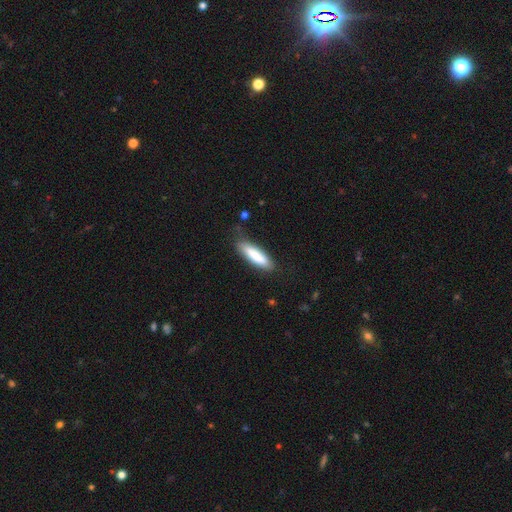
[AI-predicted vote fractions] Smooth or featured? Predicted: smooth (p=0.83). How rounded? Predicted: cigar-shaped (p=0.66). Merging? Predicted: none (p=0.77).